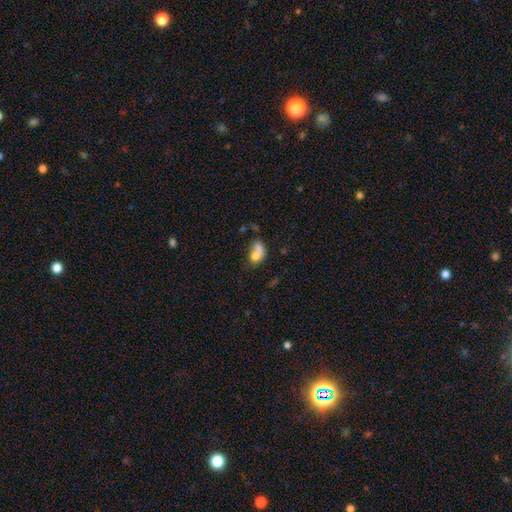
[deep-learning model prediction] smooth 70%, featured or disk 20%, star or artifact 10%. Down the decision tree: how rounded — in between (68%); merging — merger (51%).